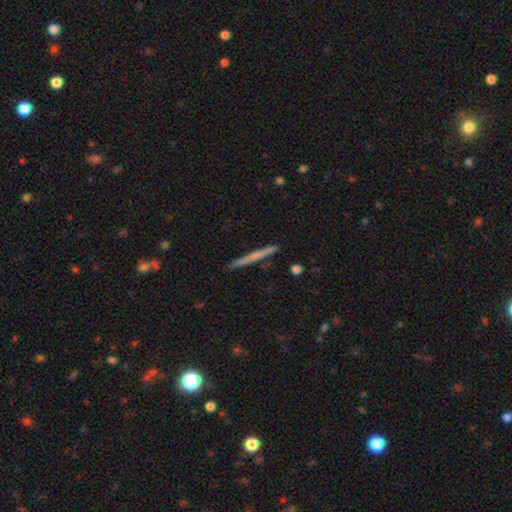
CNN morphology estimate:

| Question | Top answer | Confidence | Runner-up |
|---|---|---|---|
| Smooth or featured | smooth | 53% | featured or disk (41%) |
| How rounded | cigar-shaped | 96% | in between (2%) |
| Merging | none | 91% | minor disturbance (6%) |